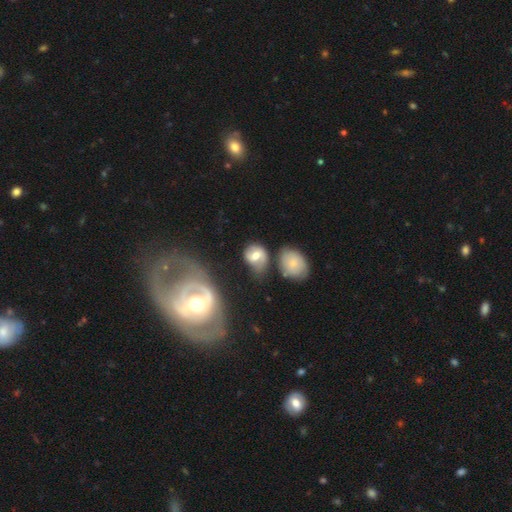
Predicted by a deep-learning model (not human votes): Smooth or featured? smooth (52%)
How rounded? round (52%)
Merging? none (45%)